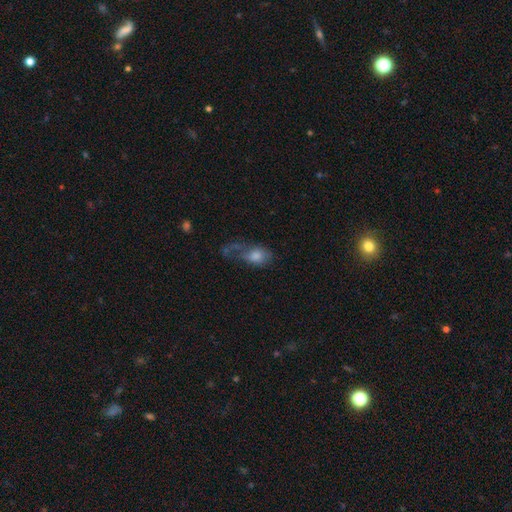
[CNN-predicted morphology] A smooth galaxy with no disk features (58%) that is in between round and cigar-shaped (73%). Merging: major disturbance (49%).